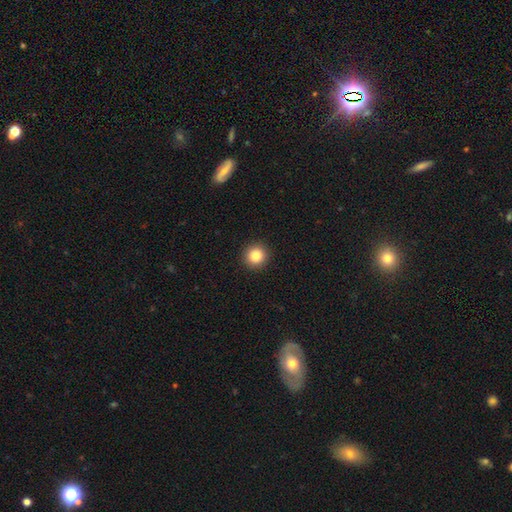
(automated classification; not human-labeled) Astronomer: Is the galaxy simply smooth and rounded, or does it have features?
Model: smooth — 86%.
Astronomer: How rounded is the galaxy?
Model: round — 93%.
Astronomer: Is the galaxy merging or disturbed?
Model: none — 93%.